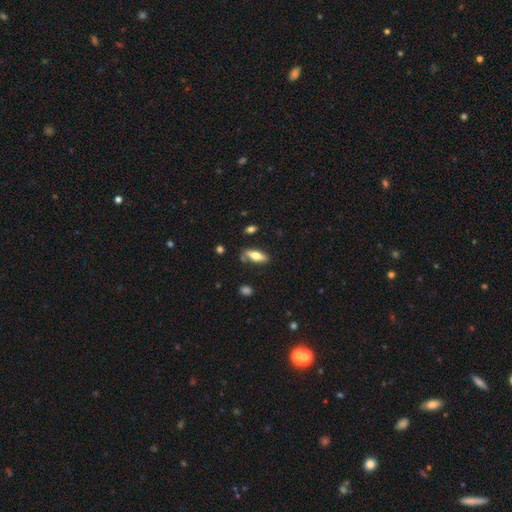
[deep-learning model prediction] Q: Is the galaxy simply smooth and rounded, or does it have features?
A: smooth — 65%.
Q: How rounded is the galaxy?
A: in between — 67%.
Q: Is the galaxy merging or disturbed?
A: none — 73%.